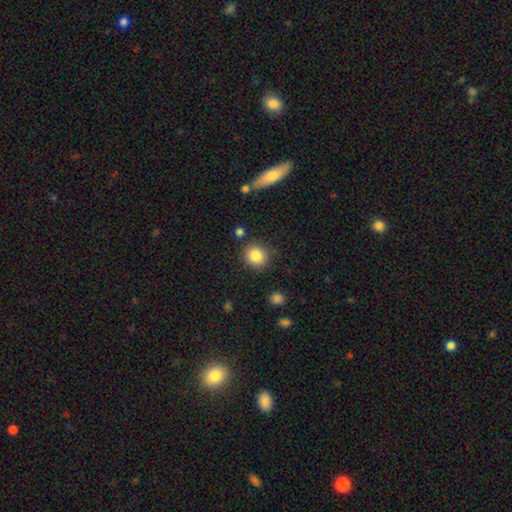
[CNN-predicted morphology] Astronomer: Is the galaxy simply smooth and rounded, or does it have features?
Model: smooth — 85%.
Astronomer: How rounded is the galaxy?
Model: round — 85%.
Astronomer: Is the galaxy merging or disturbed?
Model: none — 85%.